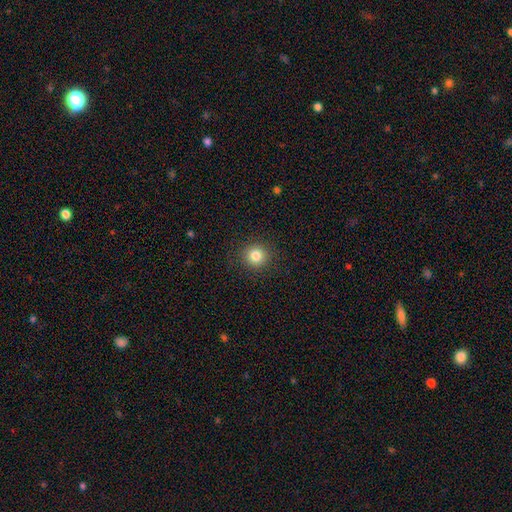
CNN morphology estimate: smooth 82%, star or artifact 12%, featured or disk 6%. Down the decision tree: how rounded — round (92%); merging — none (91%).